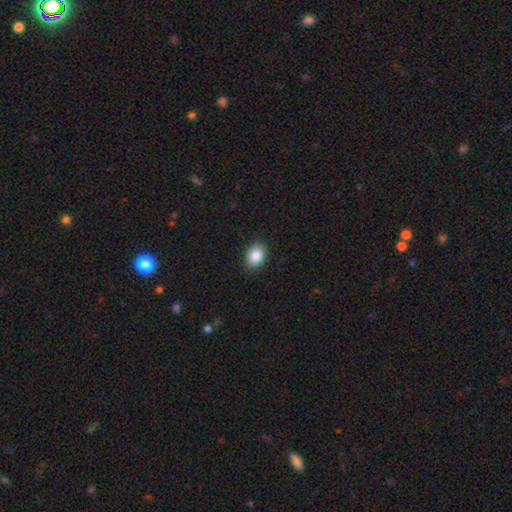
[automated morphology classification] smooth_or_featured: smooth (p=0.87) [alt: star or artifact p=0.08]
how_rounded: in between (p=0.69) [alt: round p=0.30]
merging: none (p=0.89) [alt: minor disturbance p=0.08]